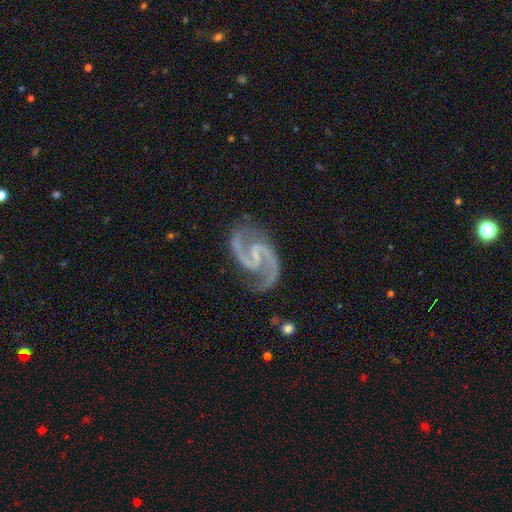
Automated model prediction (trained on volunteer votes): featured or disk 95%, star or artifact 4%, smooth 2%. Down the decision tree: edge-on disk — no (98%); bar — weak (47%); spiral arms — yes (99%); spiral arm count — 2 (95%); spiral winding — medium (66%); bulge size — small (56%); merging — none (78%).